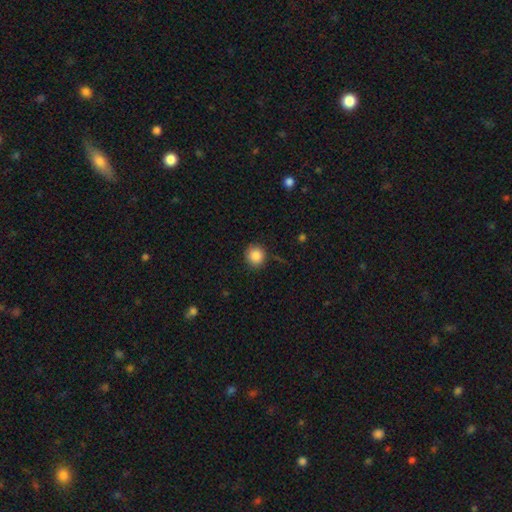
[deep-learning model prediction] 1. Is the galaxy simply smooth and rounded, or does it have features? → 87% smooth, 9% star or artifact, 4% featured or disk.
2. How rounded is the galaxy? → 90% round, 9% in between, 1% cigar-shaped.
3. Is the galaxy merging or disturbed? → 86% none, 10% minor disturbance, 3% major disturbance, 1% merger.